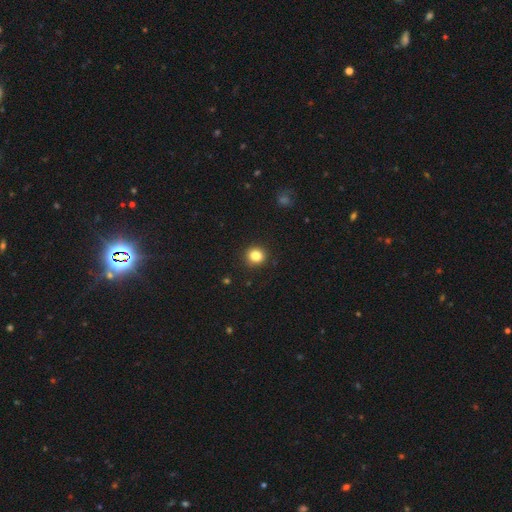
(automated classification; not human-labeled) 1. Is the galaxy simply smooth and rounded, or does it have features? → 85% smooth, 11% star or artifact, 4% featured or disk.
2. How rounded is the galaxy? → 86% round, 13% in between, 1% cigar-shaped.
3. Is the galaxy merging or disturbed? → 92% none, 6% minor disturbance, 2% major disturbance, 1% merger.